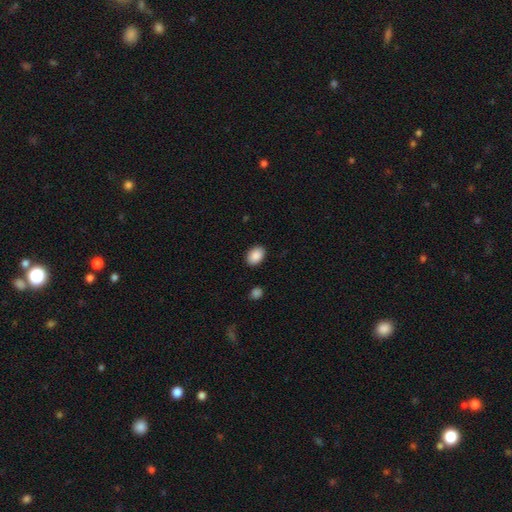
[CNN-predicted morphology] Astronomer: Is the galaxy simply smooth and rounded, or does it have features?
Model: smooth — 90%.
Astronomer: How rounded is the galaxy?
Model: in between — 82%.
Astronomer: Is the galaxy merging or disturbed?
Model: none — 89%.